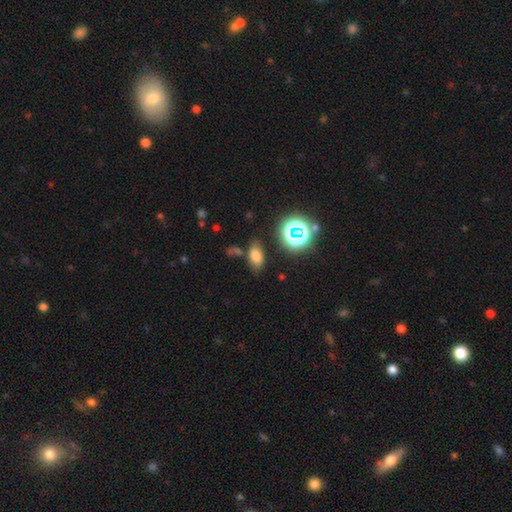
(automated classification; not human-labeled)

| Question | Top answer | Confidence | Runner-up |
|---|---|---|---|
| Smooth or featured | smooth | 70% | star or artifact (20%) |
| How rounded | in between | 86% | round (10%) |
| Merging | none | 73% | minor disturbance (16%) |